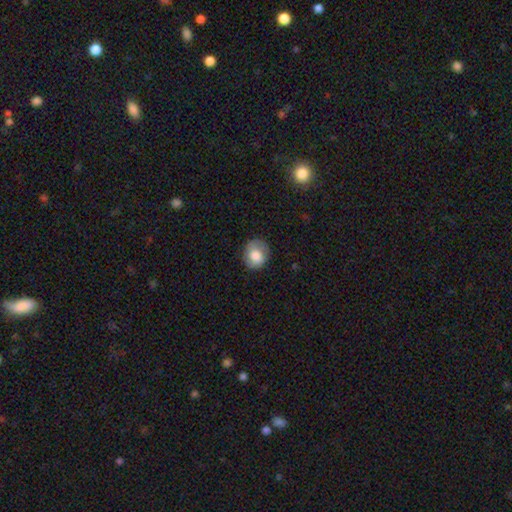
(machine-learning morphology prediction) The model was most divided on "how rounded": round: 70%, in between: 29%, cigar-shaped: 1%. More confident: smooth or featured — smooth (79%); merging — none (78%).